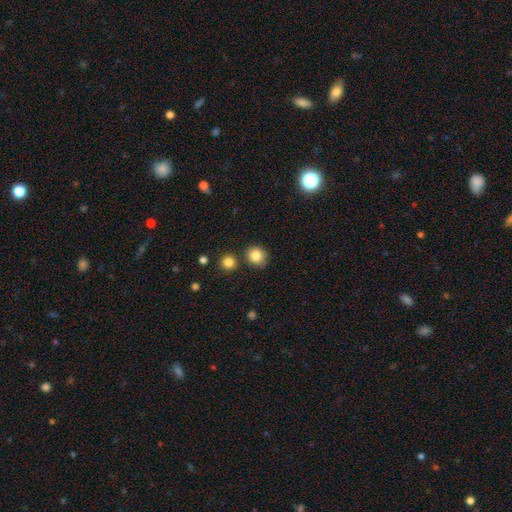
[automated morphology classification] The model was most divided on "merging": none: 82%, minor disturbance: 9%, merger: 7%, major disturbance: 3%. More confident: how rounded — round (88%); smooth or featured — smooth (84%).